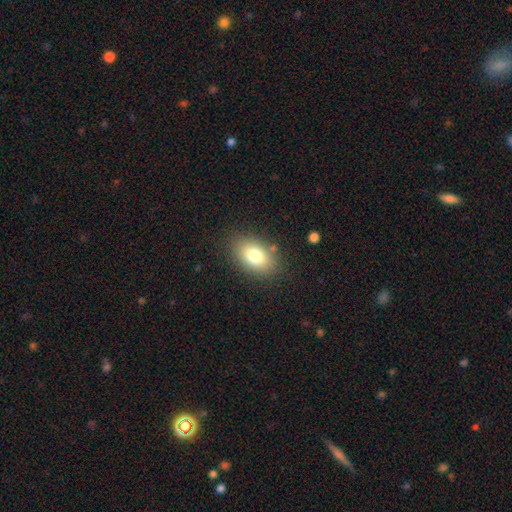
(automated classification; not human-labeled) Morphology: type=smooth (79%); roundness=in between (86%); merging=none (87%).